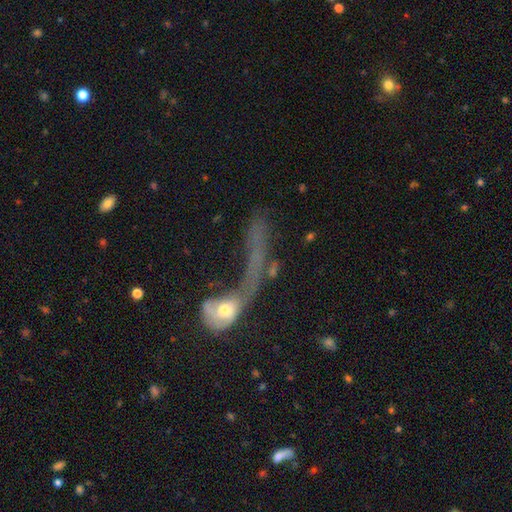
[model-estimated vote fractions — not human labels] Smooth or featured: smooth — 40% (featured or disk — 36%)
Merging: merger — 34% (major disturbance — 33%)